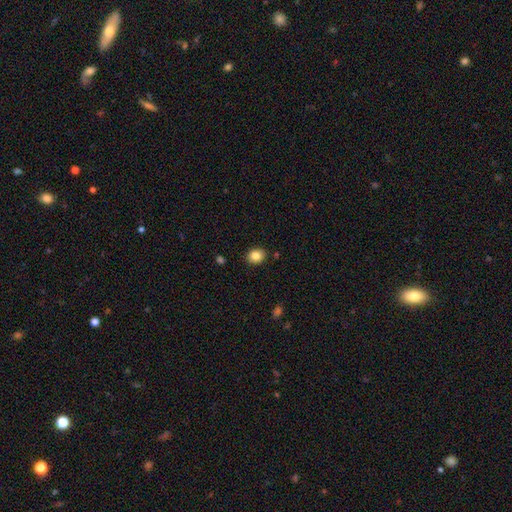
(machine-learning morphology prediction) This is clearly a smooth galaxy (84%). How rounded: possibly round (60%). Merging: clearly none (88%).